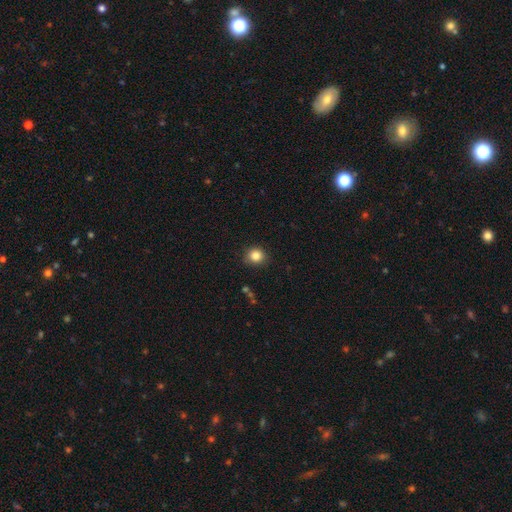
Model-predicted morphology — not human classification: smooth-or-featured: smooth: 84% | star or artifact: 11% | featured or disk: 5%
  how-rounded: round: 85% | in between: 14% | cigar-shaped: 1%
  merging: none: 86% | minor disturbance: 10% | major disturbance: 2% | merger: 1%